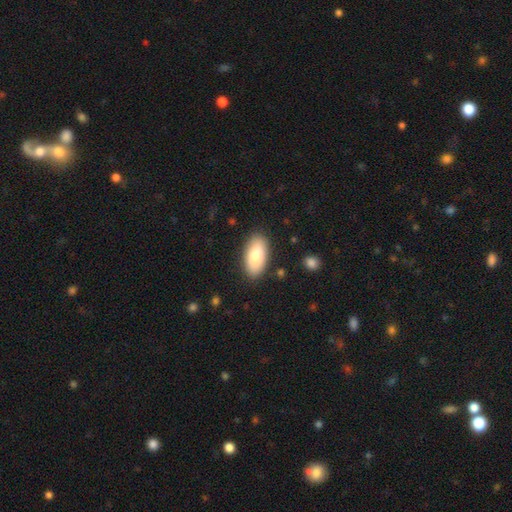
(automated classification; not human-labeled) smooth 86%, featured or disk 9%, star or artifact 6%. Down the decision tree: how rounded — in between (92%); merging — none (86%).